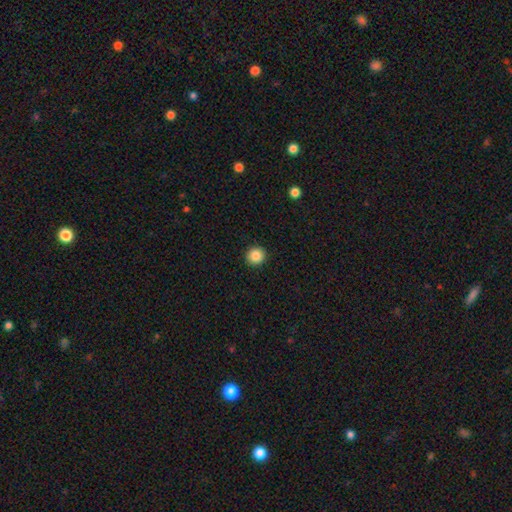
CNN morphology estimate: smooth 86%, star or artifact 9%, featured or disk 4%. Down the decision tree: how rounded — round (93%); merging — none (93%).